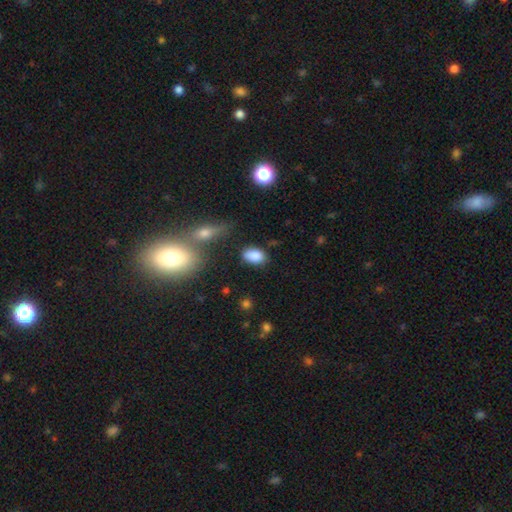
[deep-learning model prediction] Overall: smooth (85%). How rounded: in between (86%). Merging: none (75%).